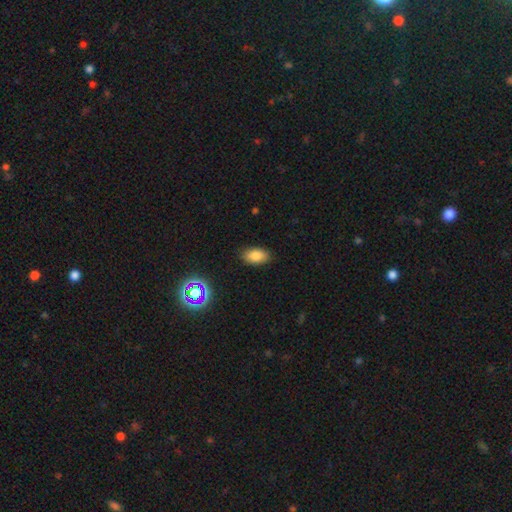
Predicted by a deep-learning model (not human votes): The model was most divided on "smooth or featured": smooth: 81%, star or artifact: 11%, featured or disk: 8%. More confident: how rounded — in between (91%); merging — none (87%).